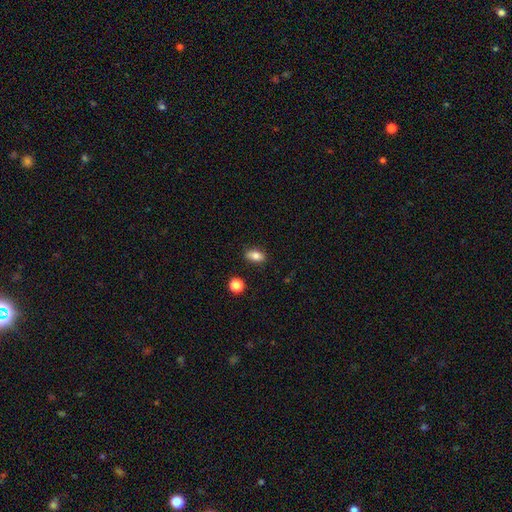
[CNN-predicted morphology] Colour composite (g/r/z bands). It shows a smooth galaxy with no disk features (80%) that is in between round and cigar-shaped (84%). Merging: none (85%).